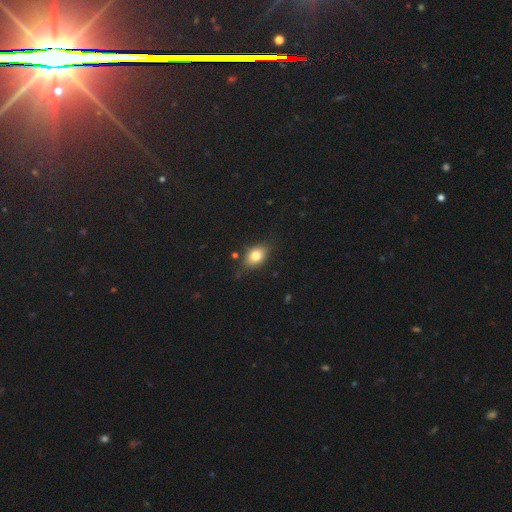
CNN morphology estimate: smooth-or-featured: smooth: 79% | featured or disk: 12% | star or artifact: 9%
  how-rounded: in between: 76% | round: 22% | cigar-shaped: 2%
  merging: none: 77% | minor disturbance: 17% | major disturbance: 3% | merger: 2%